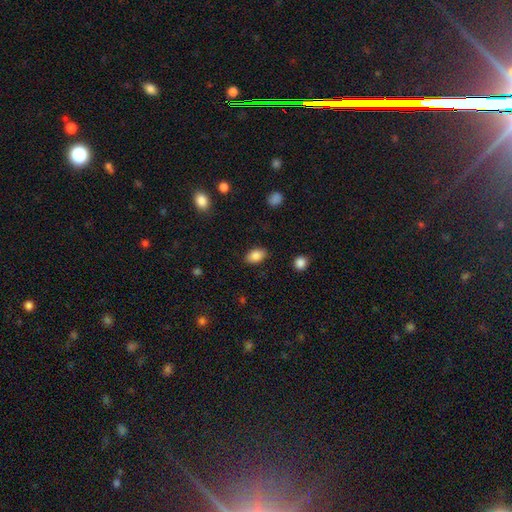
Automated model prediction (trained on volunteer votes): Morphology: type=smooth (86%); roundness=in between (89%); merging=none (85%).